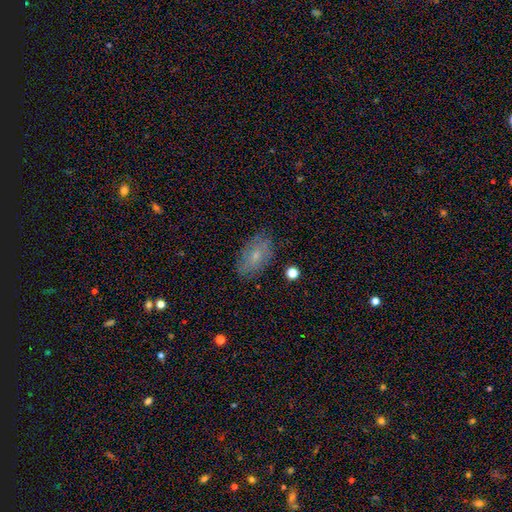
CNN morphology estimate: Smooth or featured: smooth — 56% (featured or disk — 33%)
How rounded: in between — 89% (round — 9%)
Merging: none — 78% (minor disturbance — 16%)